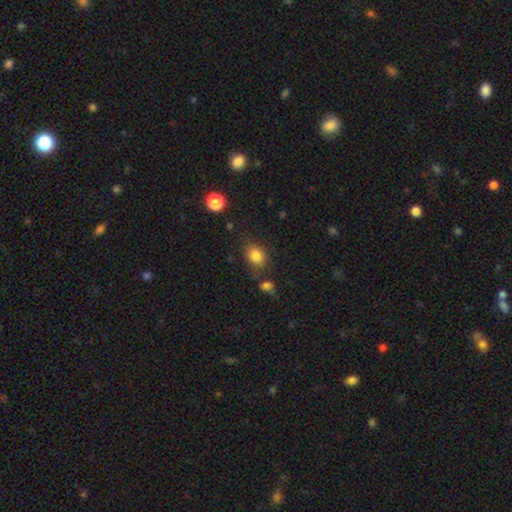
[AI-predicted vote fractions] This is clearly a smooth galaxy (82%). How rounded: possibly in between (52%). Merging: likely none (72%).